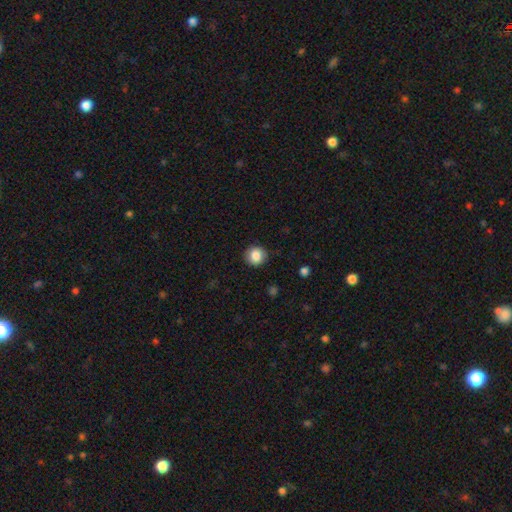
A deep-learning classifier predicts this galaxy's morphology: A smooth galaxy with no disk features (86%) that is round (89%).

Vote fractions:
- Smooth or featured? smooth: 86% / star or artifact: 9% / featured or disk: 5%
- How rounded? round: 89% / in between: 10% / cigar-shaped: 1%
- Merging? none: 87% / minor disturbance: 10% / major disturbance: 2% / merger: 1%